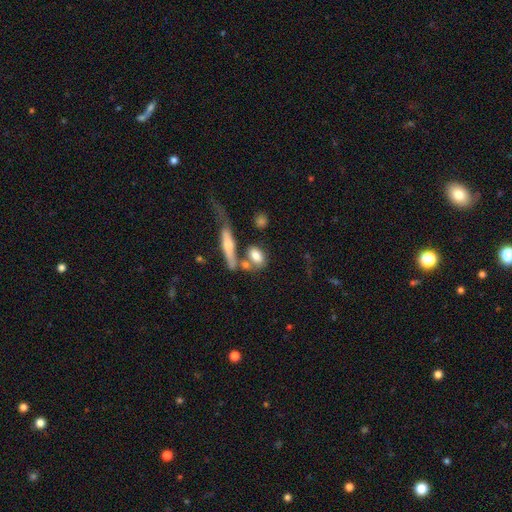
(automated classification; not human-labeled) A smooth galaxy with no disk features (73%) that is in between round and cigar-shaped (74%).

Vote fractions:
- Smooth or featured? smooth: 73% / featured or disk: 19% / star or artifact: 8%
- How rounded? in between: 74% / round: 15% / cigar-shaped: 11%
- Merging? none: 44% / merger: 32% / minor disturbance: 14% / major disturbance: 10%